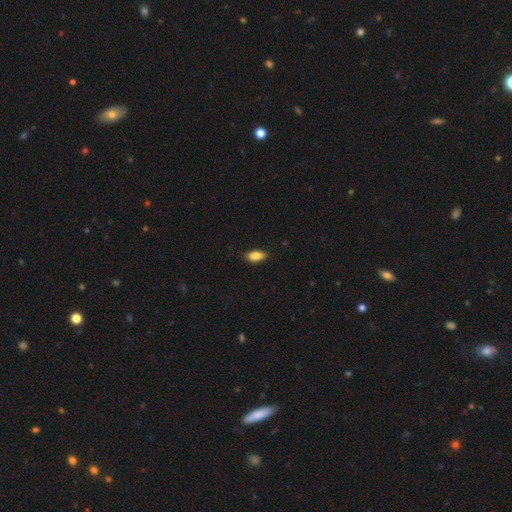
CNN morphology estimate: A smooth galaxy with no disk features (86%) that is in between round and cigar-shaped (90%). Merging: none (86%).